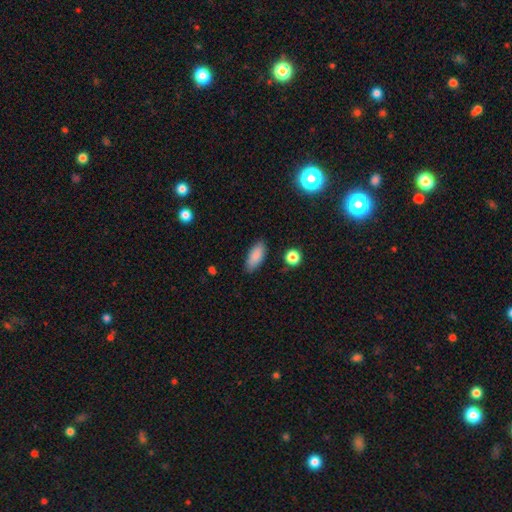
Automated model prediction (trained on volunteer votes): A smooth galaxy with no disk features (87%) that is in between round and cigar-shaped (82%). Merging: none (85%).